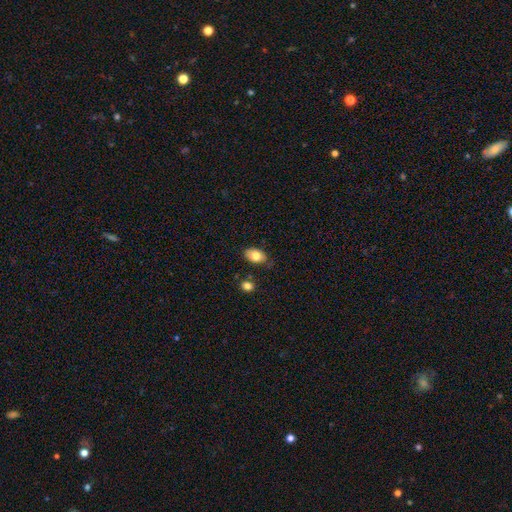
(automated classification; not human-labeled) Smooth or featured? Predicted: smooth (p=0.78). How rounded? Predicted: in between (p=0.89). Merging? Predicted: none (p=0.74).